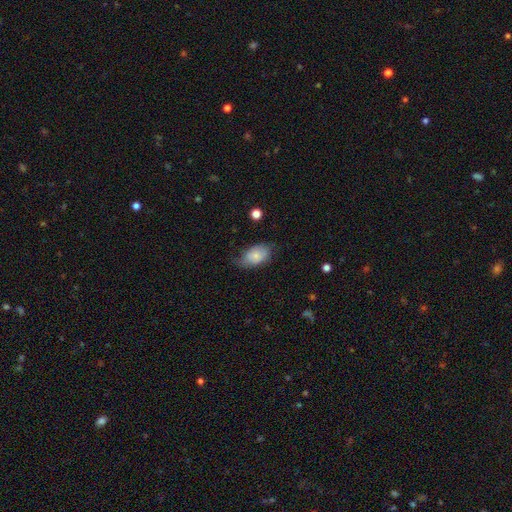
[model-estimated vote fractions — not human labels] Smooth or featured? smooth (75%)
How rounded? in between (90%)
Merging? none (53%)